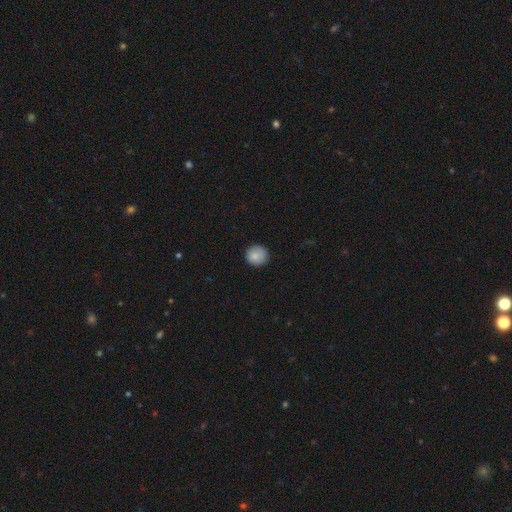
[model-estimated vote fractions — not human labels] A smooth galaxy with no disk features (85%) that is round (93%). Merging: none (89%).